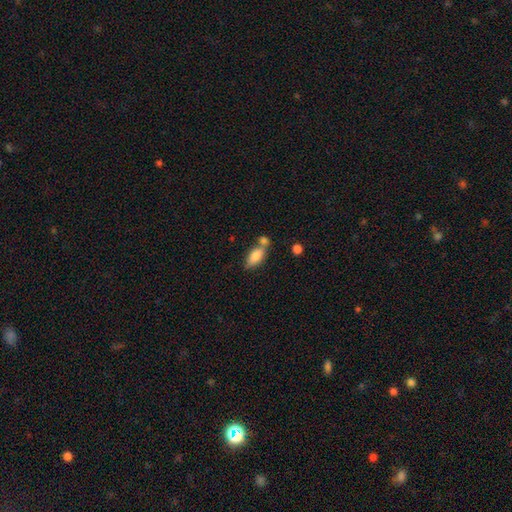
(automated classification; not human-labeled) Smooth or featured?
  - smooth: 81% *
  - featured or disk: 12%
  - star or artifact: 7%
How rounded?
  - in between: 85% *
  - cigar-shaped: 12%
  - round: 3%
Merging?
  - none: 45% *
  - merger: 36%
  - minor disturbance: 14%
  - major disturbance: 5%